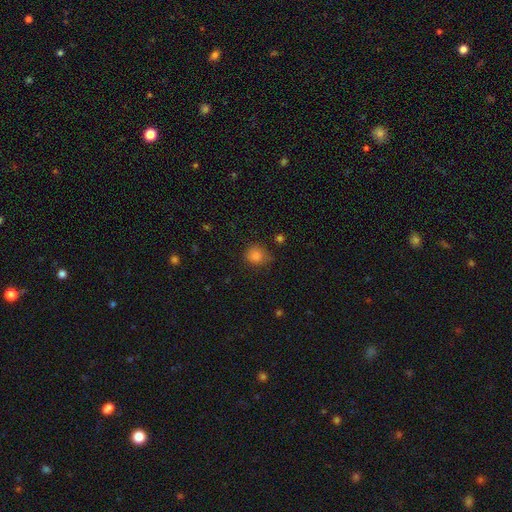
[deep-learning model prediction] This appears to be a smooth galaxy with no disk features (82%) that is round (79%). Merging: none (66%).